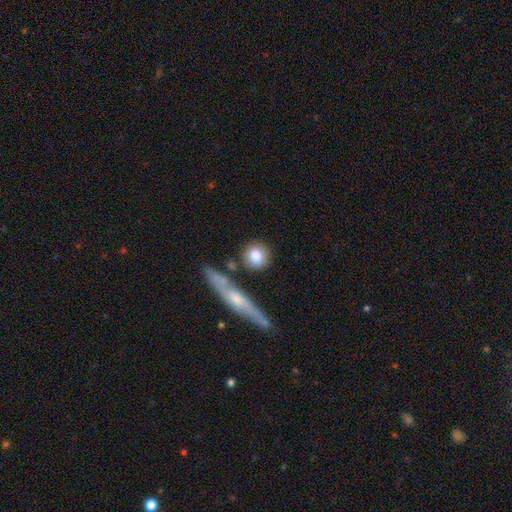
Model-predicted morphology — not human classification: smooth_or_featured: smooth (p=0.80) [alt: featured or disk p=0.13]
how_rounded: round (p=0.86) [alt: in between p=0.10]
merging: none (p=0.81) [alt: minor disturbance p=0.09]